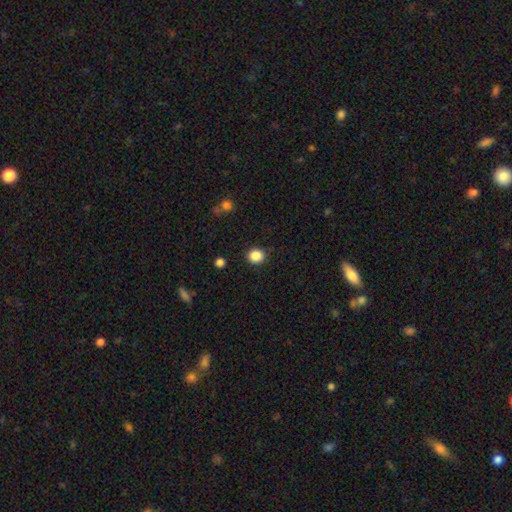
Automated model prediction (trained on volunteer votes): Overall: smooth (87%). How rounded: round (84%). Merging: none (89%).